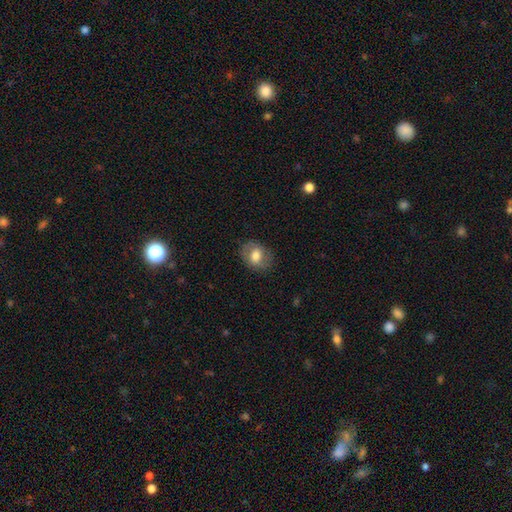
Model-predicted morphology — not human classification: Smooth or featured? Predicted: smooth (p=0.70). How rounded? Predicted: in between (p=0.53). Merging? Predicted: none (p=0.80).